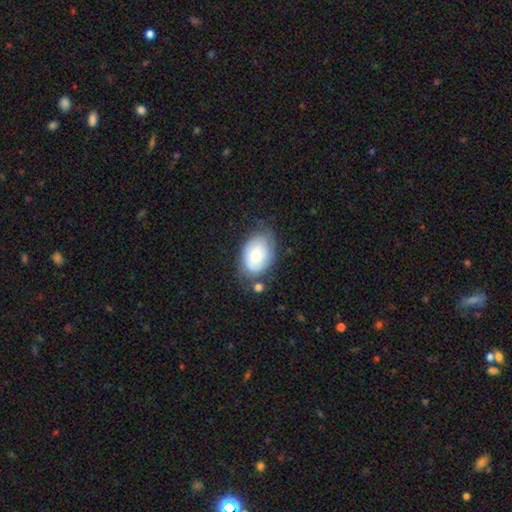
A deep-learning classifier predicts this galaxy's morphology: The model was most divided on "smooth or featured": smooth: 64%, featured or disk: 28%, star or artifact: 7%. More confident: how rounded — in between (84%); merging — none (64%).